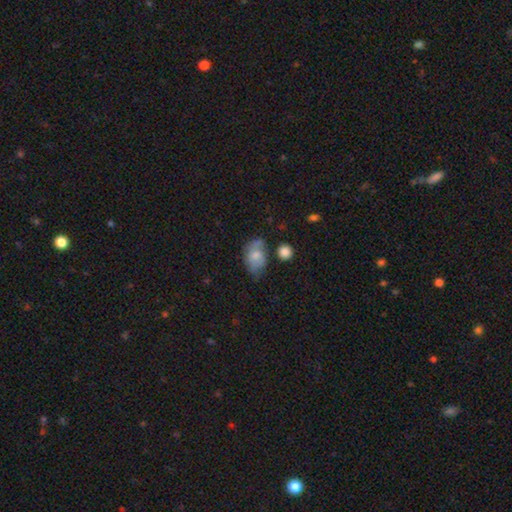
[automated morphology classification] type=smooth (61%); roundness=in between (78%); merging=none (40%).